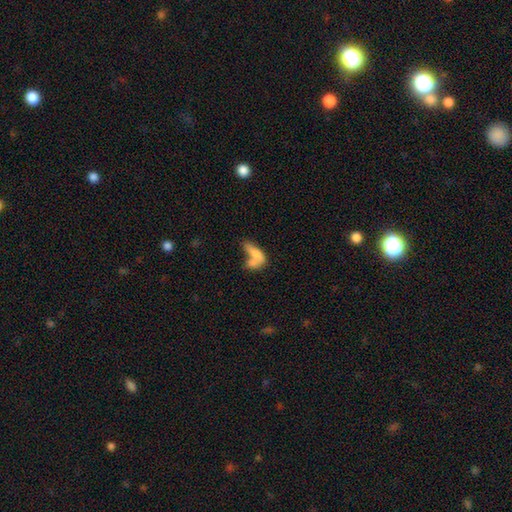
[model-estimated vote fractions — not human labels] Smooth or featured? smooth (69%)
How rounded? in between (62%)
Merging? merger (57%)